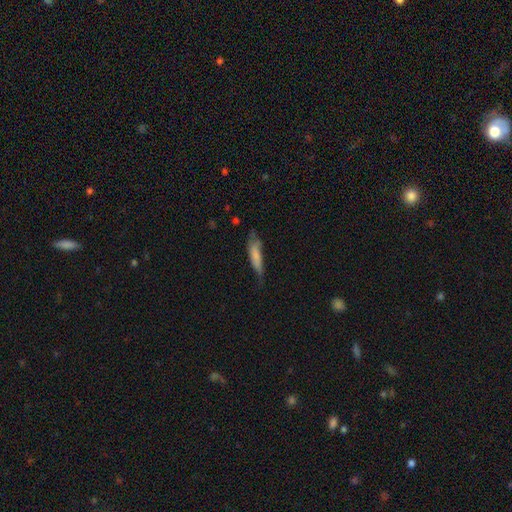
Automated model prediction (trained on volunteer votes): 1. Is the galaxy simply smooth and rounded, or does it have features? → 70% smooth, 24% featured or disk, 7% star or artifact.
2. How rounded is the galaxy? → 70% cigar-shaped, 28% in between, 2% round.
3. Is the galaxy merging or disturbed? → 45% none, 36% minor disturbance, 16% major disturbance, 3% merger.